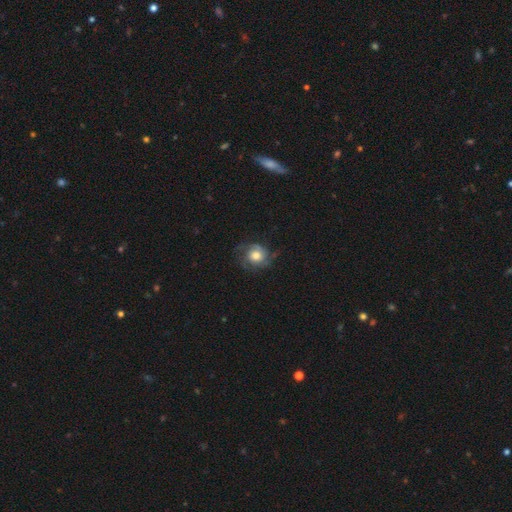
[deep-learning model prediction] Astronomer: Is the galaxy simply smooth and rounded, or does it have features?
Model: featured or disk — 55% (runner-up: smooth, 37%).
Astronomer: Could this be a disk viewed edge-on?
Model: no — 97%.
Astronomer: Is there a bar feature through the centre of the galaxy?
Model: no — 81%.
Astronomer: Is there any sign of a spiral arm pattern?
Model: yes — 86%.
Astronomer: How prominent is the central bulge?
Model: moderate — 49% (runner-up: large, 38%).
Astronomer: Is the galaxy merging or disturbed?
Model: none — 63%.